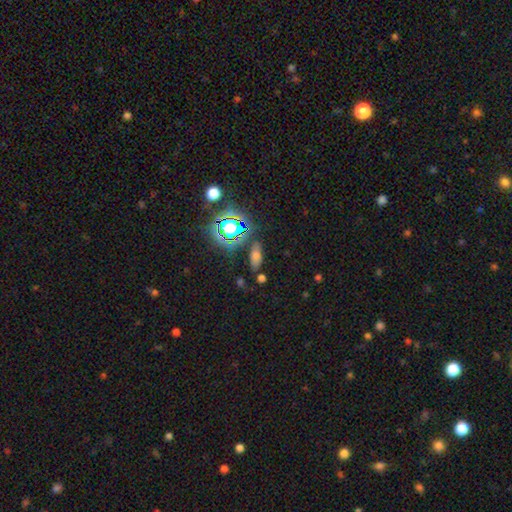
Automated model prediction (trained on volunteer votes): Smooth or featured: smooth — 57% (star or artifact — 30%)
How rounded: in between — 70% (cigar-shaped — 21%)
Merging: none — 77% (minor disturbance — 12%)